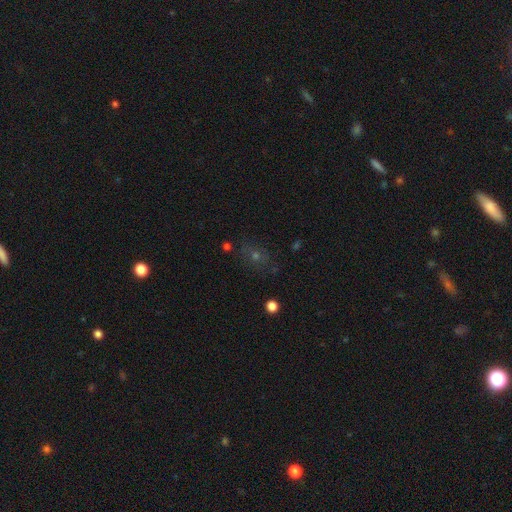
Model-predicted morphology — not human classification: smooth 40%, star or artifact 37%, featured or disk 22%. Down the decision tree: merging — none (76%).